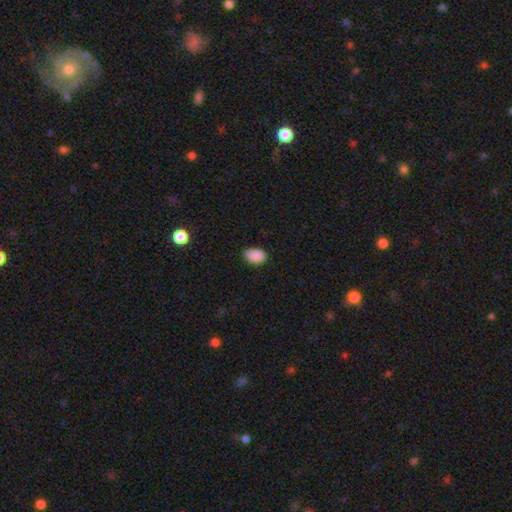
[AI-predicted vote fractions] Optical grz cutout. It shows a smooth galaxy with no disk features (89%) that is in between round and cigar-shaped (83%). Merging: none (79%).